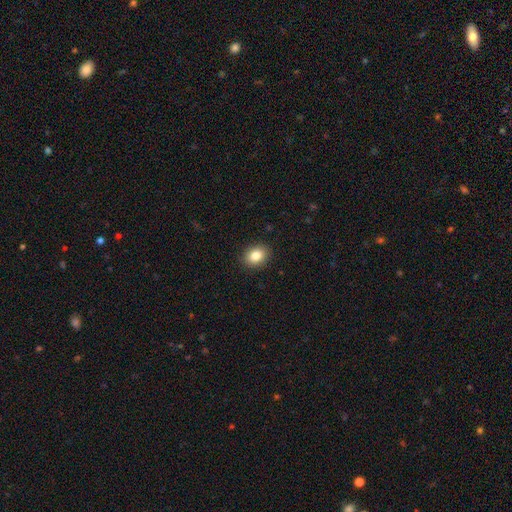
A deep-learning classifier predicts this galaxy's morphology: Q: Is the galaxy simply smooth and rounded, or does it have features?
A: smooth — 84%.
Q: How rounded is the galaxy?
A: in between — 56%.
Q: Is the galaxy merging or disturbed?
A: none — 90%.